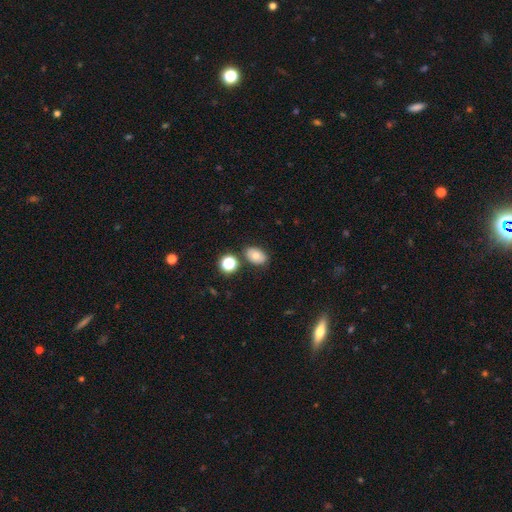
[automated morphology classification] This appears to be a smooth galaxy with no disk features (74%) that is in between round and cigar-shaped (80%). Merging: none (80%).